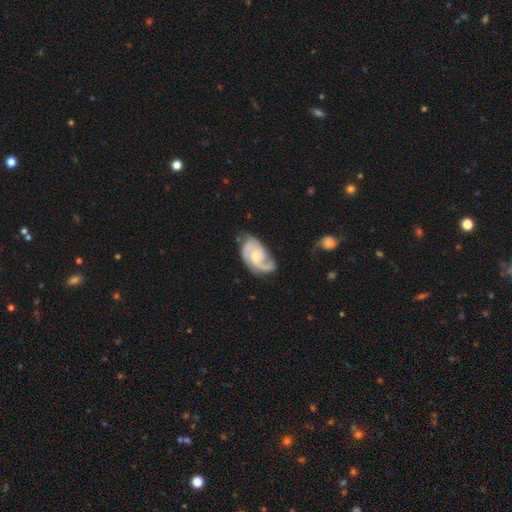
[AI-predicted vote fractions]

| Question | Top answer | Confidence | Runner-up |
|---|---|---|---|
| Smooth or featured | featured or disk | 83% | smooth (12%) |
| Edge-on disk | no | 97% | yes (3%) |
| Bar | no | 61% | weak (34%) |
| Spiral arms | yes | 96% | no (4%) |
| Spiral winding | medium | 47% | tight (37%) |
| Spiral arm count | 2 | 64% | 3 (16%) |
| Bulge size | small | 41% | moderate (38%) |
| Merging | none | 60% | minor disturbance (25%) |